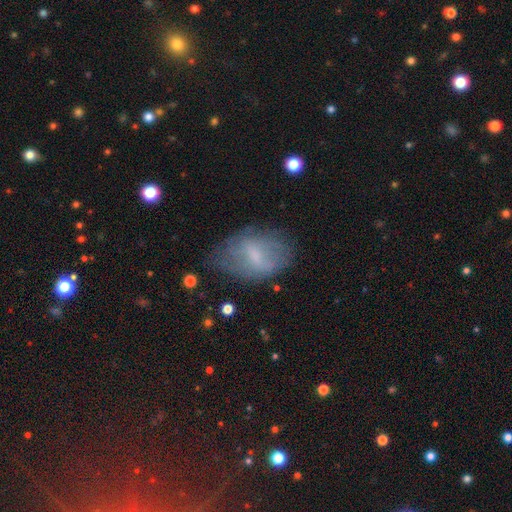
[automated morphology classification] Q: Smooth or featured?
A: smooth (48%); runner-up: featured or disk (43%)
Q: Merging?
A: none (55%); runner-up: minor disturbance (28%)